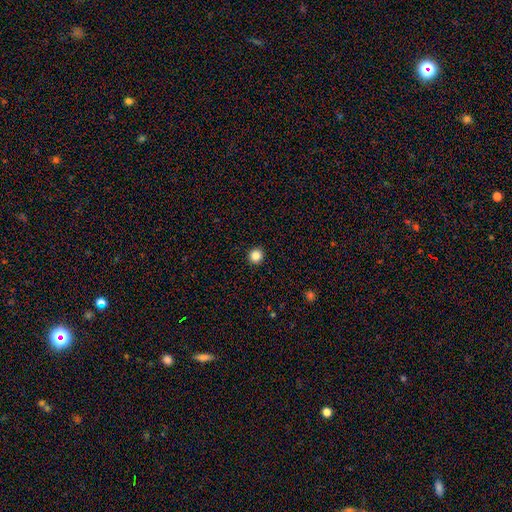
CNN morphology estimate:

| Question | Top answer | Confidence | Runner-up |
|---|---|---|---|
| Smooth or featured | smooth | 84% | star or artifact (11%) |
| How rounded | round | 95% | in between (4%) |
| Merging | none | 94% | minor disturbance (4%) |